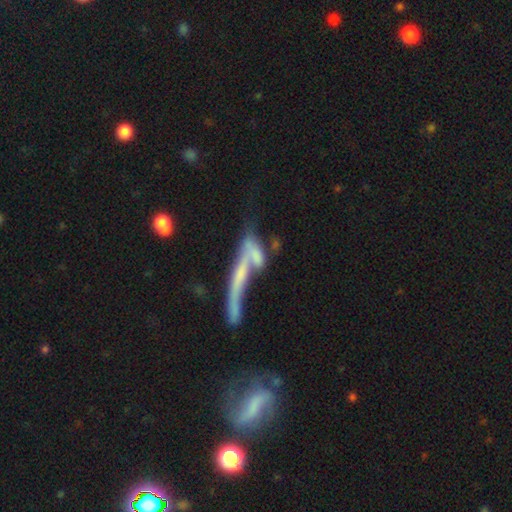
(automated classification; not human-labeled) Smooth or featured? Predicted: smooth (p=0.53). How rounded? Predicted: cigar-shaped (p=0.60). Merging? Predicted: merger (p=0.50).